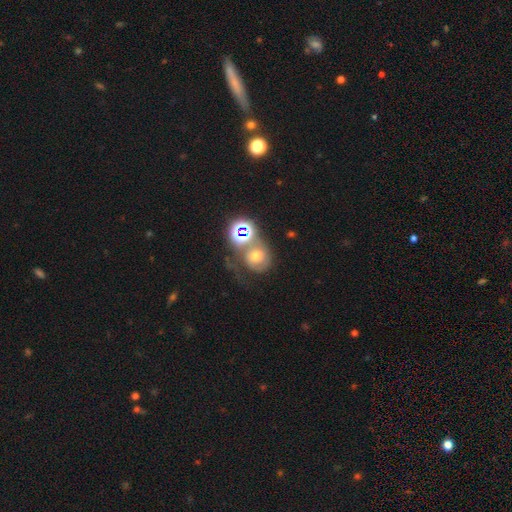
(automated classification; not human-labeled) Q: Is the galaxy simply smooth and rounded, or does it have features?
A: smooth — 41%.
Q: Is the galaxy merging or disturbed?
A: none — 34%.